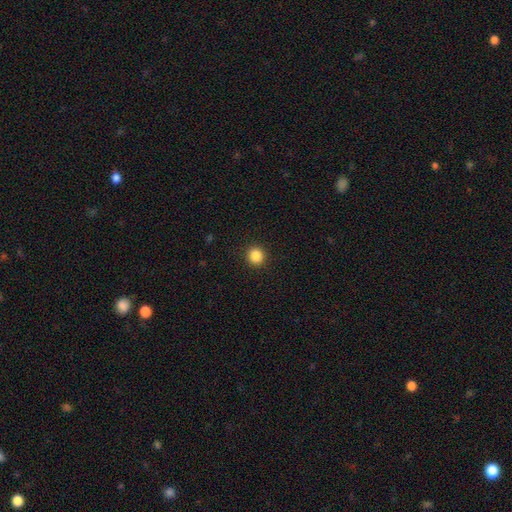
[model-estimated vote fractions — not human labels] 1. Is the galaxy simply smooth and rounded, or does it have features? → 86% smooth, 11% star or artifact, 4% featured or disk.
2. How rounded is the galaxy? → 89% round, 10% in between, 1% cigar-shaped.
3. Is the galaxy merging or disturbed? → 92% none, 5% minor disturbance, 2% major disturbance, 1% merger.